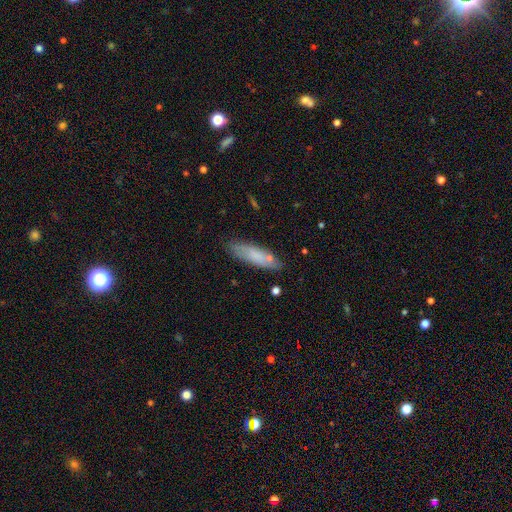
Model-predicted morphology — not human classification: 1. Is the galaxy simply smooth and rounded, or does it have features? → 75% smooth, 19% featured or disk, 6% star or artifact.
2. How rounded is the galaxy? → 61% cigar-shaped, 37% in between, 2% round.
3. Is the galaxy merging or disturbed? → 77% none, 16% minor disturbance, 4% merger, 3% major disturbance.